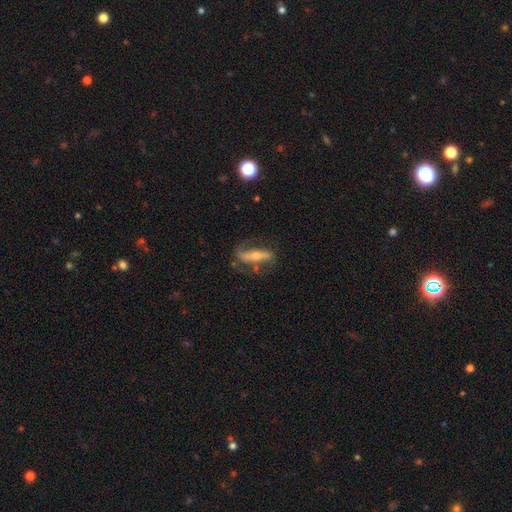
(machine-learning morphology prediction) A featured or disk galaxy (73%). Merging: none (62%).